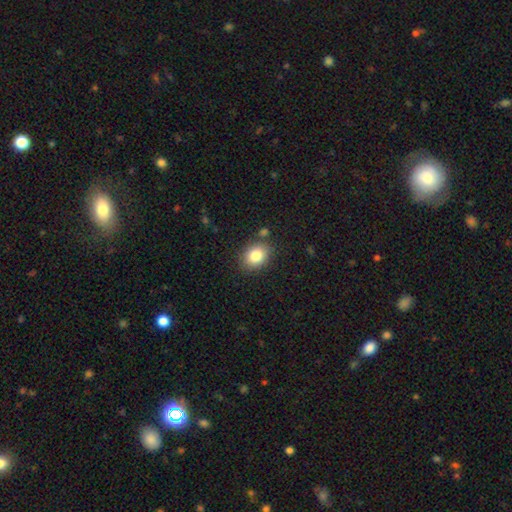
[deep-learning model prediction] Overall: smooth (83%). How rounded: in between (56%; round 43%). Merging: none (82%).